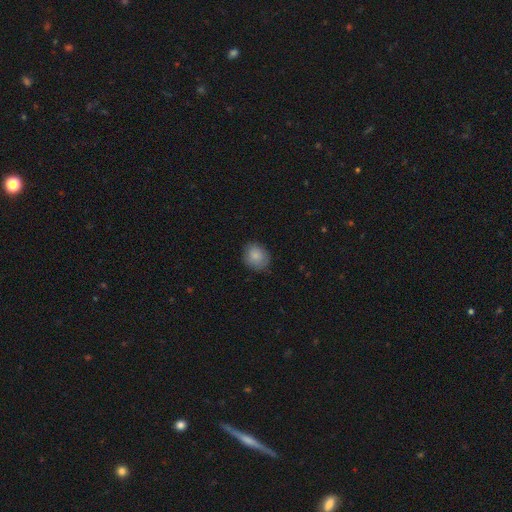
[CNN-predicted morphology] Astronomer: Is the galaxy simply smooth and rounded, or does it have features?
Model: smooth — 85%.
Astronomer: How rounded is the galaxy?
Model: round — 64%.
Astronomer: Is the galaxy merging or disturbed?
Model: none — 79%.